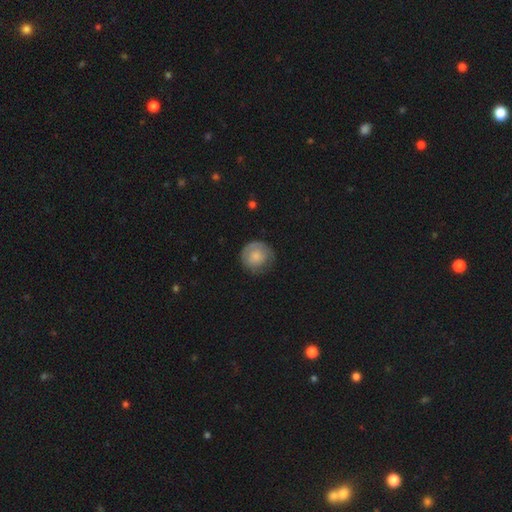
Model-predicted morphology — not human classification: Smooth or featured? Predicted: smooth (p=0.69). How rounded? Predicted: round (p=0.91). Merging? Predicted: none (p=0.70).